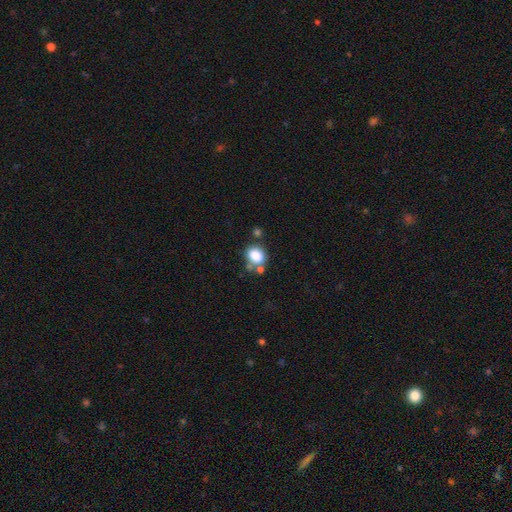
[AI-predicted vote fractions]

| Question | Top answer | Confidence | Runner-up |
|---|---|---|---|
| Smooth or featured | smooth | 83% | star or artifact (10%) |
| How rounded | in between | 52% | round (47%) |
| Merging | none | 52% | merger (25%) |